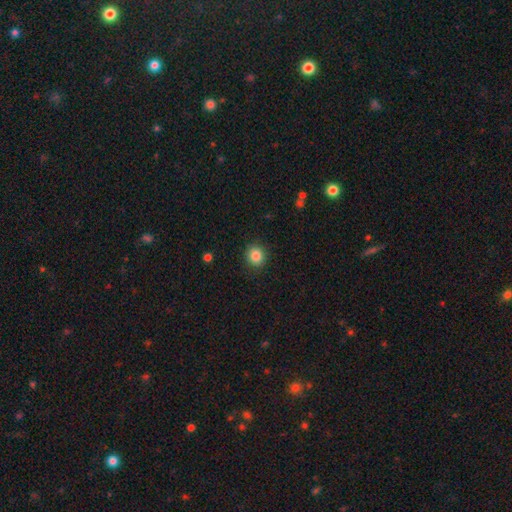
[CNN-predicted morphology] smooth-or-featured: smooth: 85% | star or artifact: 10% | featured or disk: 5%
  how-rounded: round: 85% | in between: 15% | cigar-shaped: 1%
  merging: none: 89% | minor disturbance: 7% | major disturbance: 2% | merger: 1%